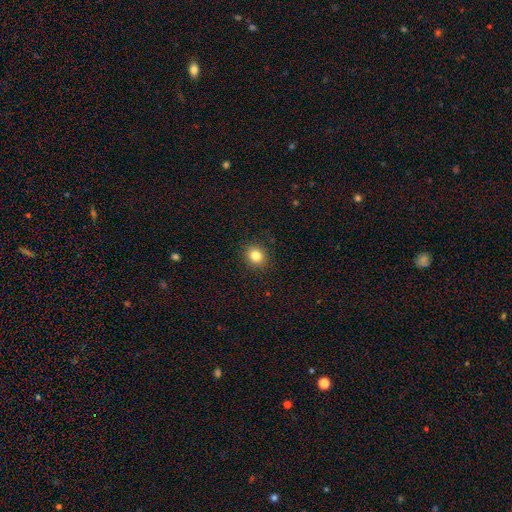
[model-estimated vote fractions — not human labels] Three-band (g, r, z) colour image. It shows a smooth galaxy with no disk features (83%) that is round (76%). Merging: none (90%).